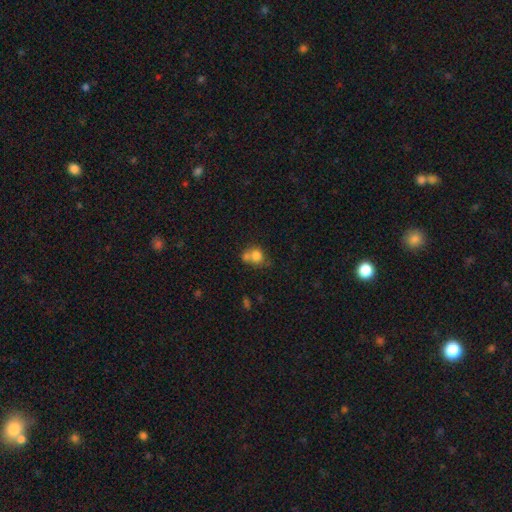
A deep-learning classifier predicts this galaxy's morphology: Q: Smooth or featured?
A: smooth (76%); runner-up: featured or disk (13%)
Q: How rounded?
A: round (69%); runner-up: in between (30%)
Q: Merging?
A: merger (45%); runner-up: none (35%)